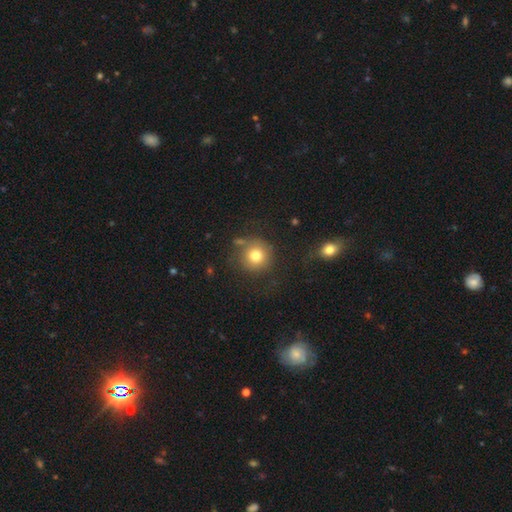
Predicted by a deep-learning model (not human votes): Smooth or featured? smooth (77%)
How rounded? round (93%)
Merging? none (74%)